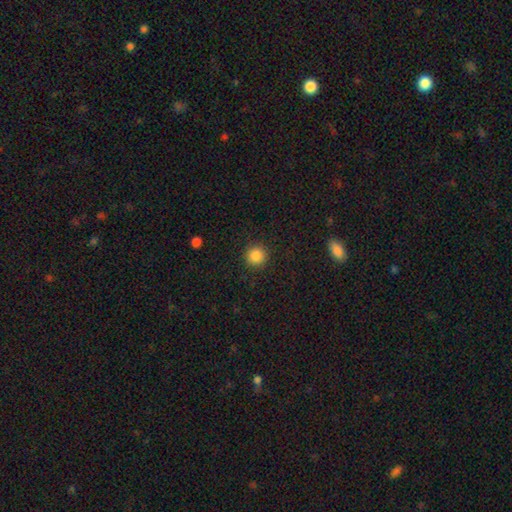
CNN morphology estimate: smooth 86%, star or artifact 10%, featured or disk 3%. Down the decision tree: how rounded — round (95%); merging — none (91%).